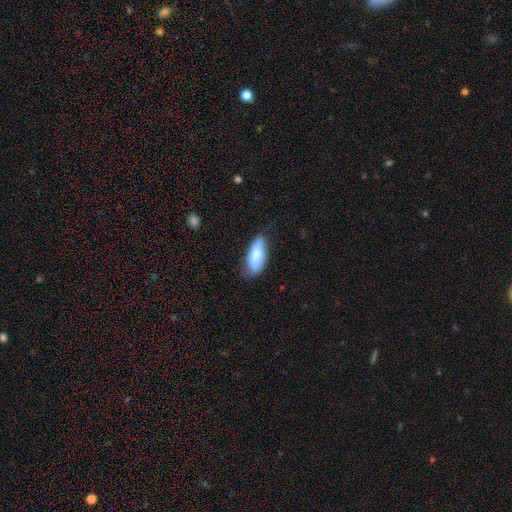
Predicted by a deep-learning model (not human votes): Smooth or featured: smooth — 81% (featured or disk — 13%)
How rounded: in between — 73% (cigar-shaped — 25%)
Merging: none — 62% (minor disturbance — 30%)